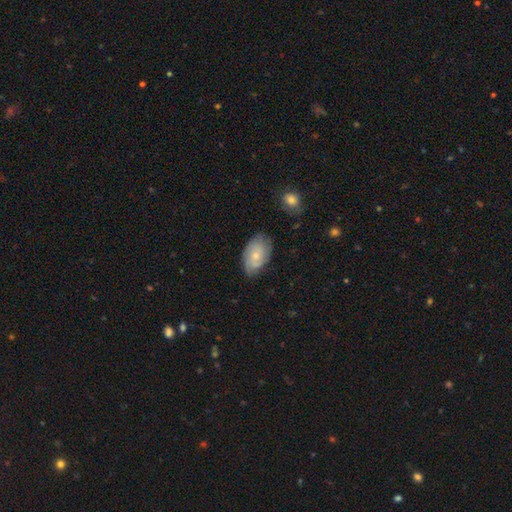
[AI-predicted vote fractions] Morphology: type=smooth (51%); roundness=in between (91%); merging=none (72%).